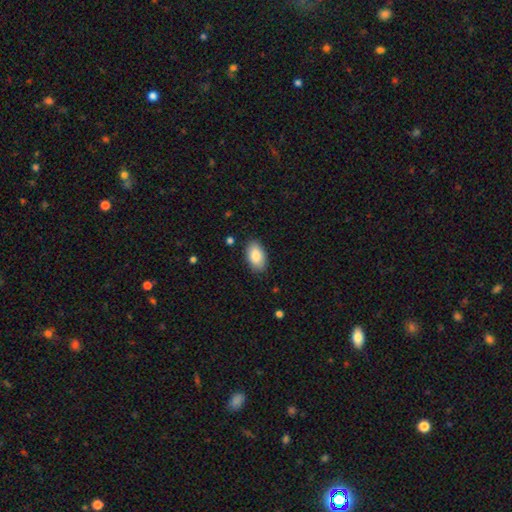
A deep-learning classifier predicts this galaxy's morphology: This is clearly a smooth galaxy (86%). How rounded: clearly in between (94%). Merging: clearly none (86%).